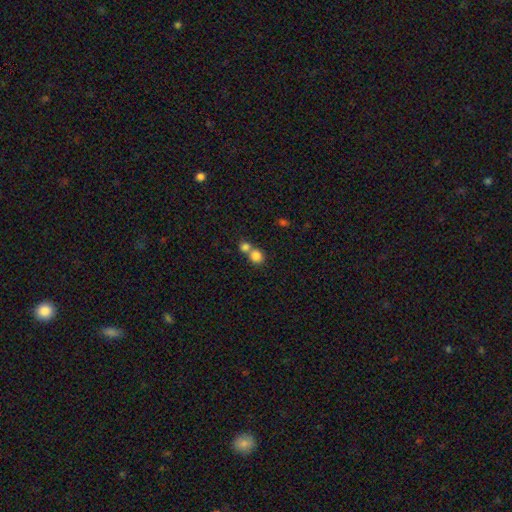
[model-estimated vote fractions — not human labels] Smooth or featured?
  - smooth: 82% *
  - star or artifact: 10%
  - featured or disk: 8%
How rounded?
  - round: 83% *
  - in between: 16%
  - cigar-shaped: 1%
Merging?
  - merger: 56% *
  - none: 37%
  - minor disturbance: 5%
  - major disturbance: 2%